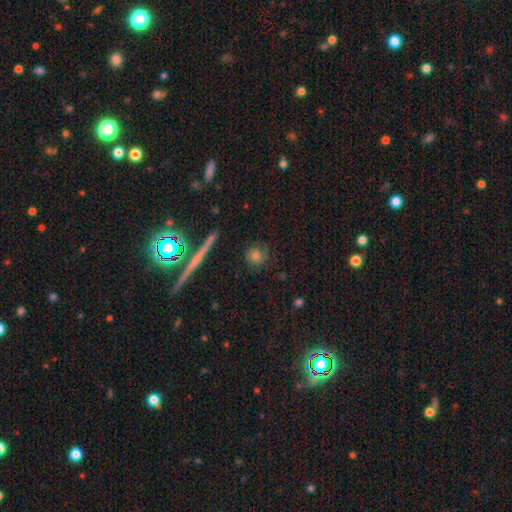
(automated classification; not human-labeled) A smooth galaxy with no disk features (56%) that is round (86%).

Vote fractions:
- Smooth or featured? smooth: 56% / featured or disk: 27% / star or artifact: 17%
- How rounded? round: 86% / in between: 10% / cigar-shaped: 4%
- Merging? none: 80% / minor disturbance: 13% / major disturbance: 5% / merger: 2%